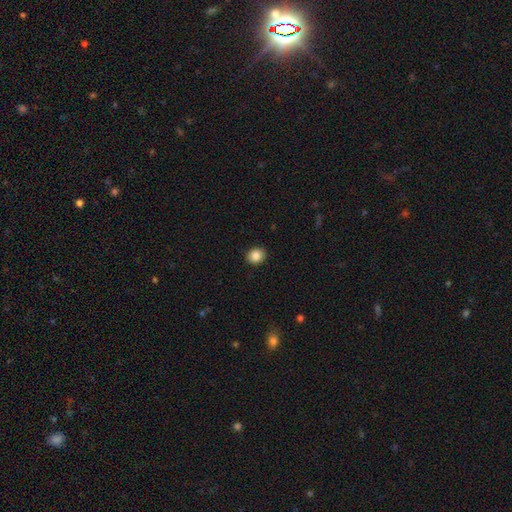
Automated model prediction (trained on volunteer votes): Morphology: type=smooth (87%); roundness=round (69%); merging=none (91%).